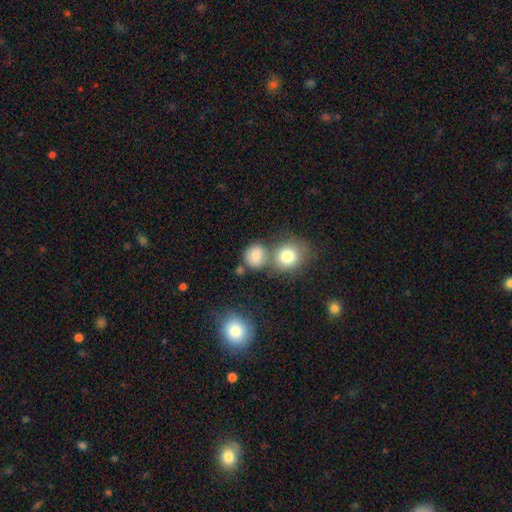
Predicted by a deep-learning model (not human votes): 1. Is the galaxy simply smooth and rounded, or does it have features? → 80% smooth, 12% star or artifact, 8% featured or disk.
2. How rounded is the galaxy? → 80% round, 18% in between, 1% cigar-shaped.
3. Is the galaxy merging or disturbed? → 57% none, 28% merger, 11% minor disturbance, 5% major disturbance.